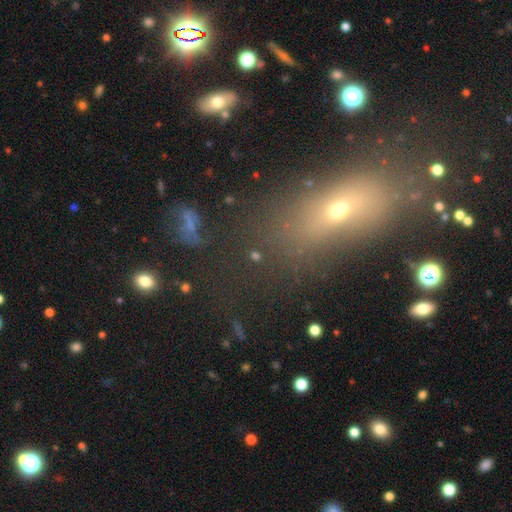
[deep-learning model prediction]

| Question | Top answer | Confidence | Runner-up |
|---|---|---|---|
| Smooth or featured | smooth | 50% | star or artifact (31%) |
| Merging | none | 60% | minor disturbance (16%) |